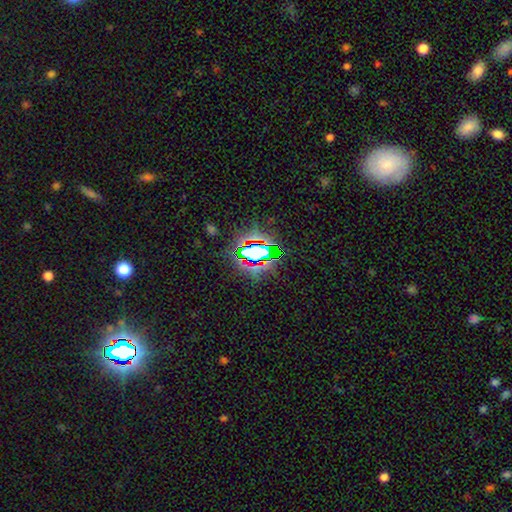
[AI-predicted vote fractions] A star or artifact, not a galaxy (70%).

Vote fractions:
- Smooth or featured? star or artifact: 70% / smooth: 17% / featured or disk: 12%